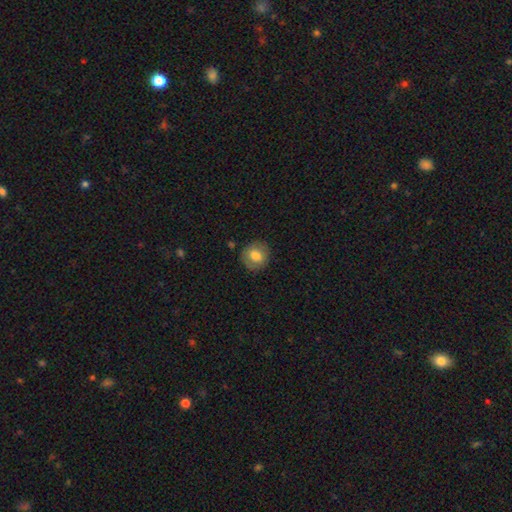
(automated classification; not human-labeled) Smooth or featured? Predicted: smooth (p=0.72). How rounded? Predicted: round (p=0.85). Merging? Predicted: none (p=0.84).